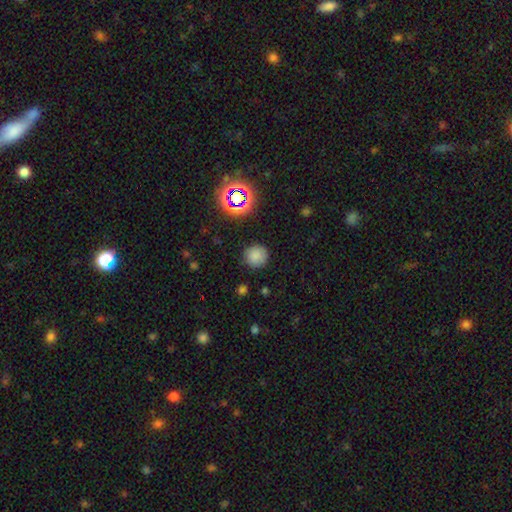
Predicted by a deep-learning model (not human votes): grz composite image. It shows a smooth galaxy with no disk features (78%) that is round (92%). Merging: none (86%).